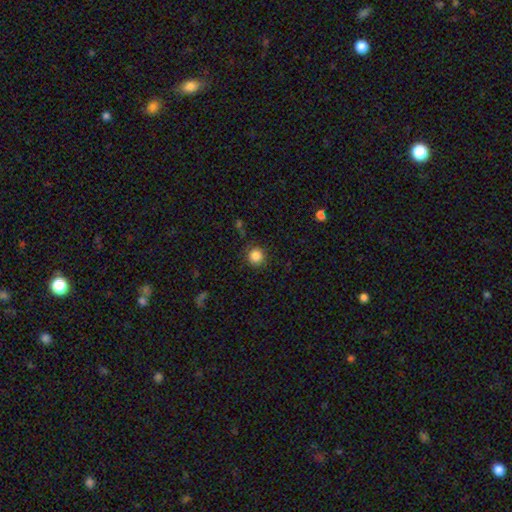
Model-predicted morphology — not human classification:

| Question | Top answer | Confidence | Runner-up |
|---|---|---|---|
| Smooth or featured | smooth | 86% | star or artifact (10%) |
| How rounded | round | 93% | in between (6%) |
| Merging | none | 87% | minor disturbance (9%) |